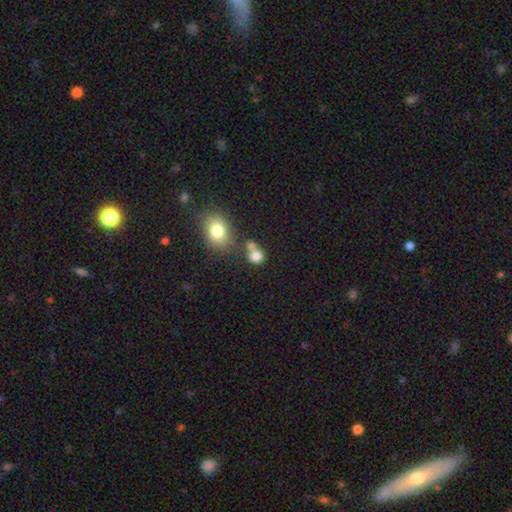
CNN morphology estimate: A smooth galaxy with no disk features (80%) that is round (74%).

Vote fractions:
- Smooth or featured? smooth: 80% / star or artifact: 12% / featured or disk: 9%
- How rounded? round: 74% / in between: 25% / cigar-shaped: 1%
- Merging? none: 44% / merger: 40% / minor disturbance: 10% / major disturbance: 5%